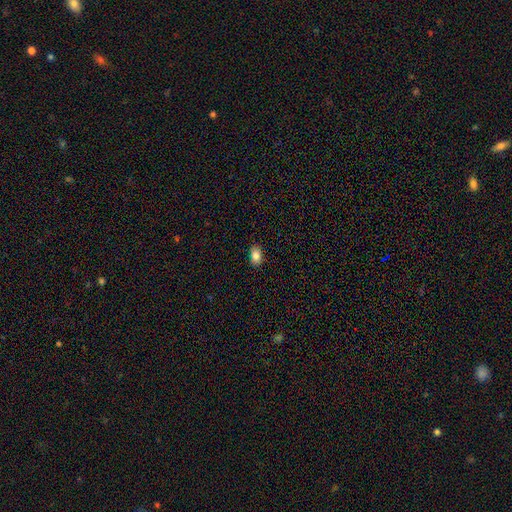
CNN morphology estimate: This appears to be a smooth galaxy with no disk features (85%) that is in between round and cigar-shaped (83%). Merging: none (86%).